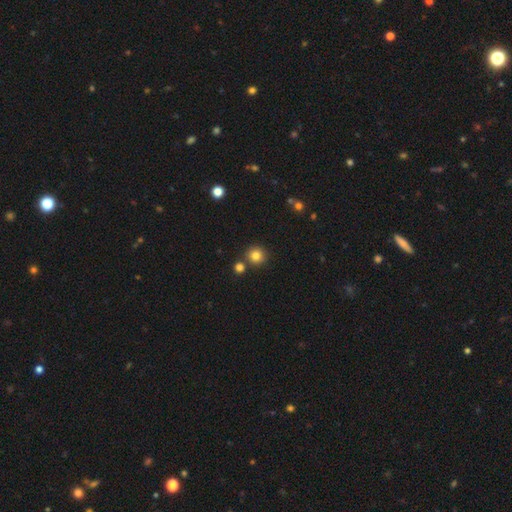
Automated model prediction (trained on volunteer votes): Overall: smooth (82%). How rounded: round (92%). Merging: none (79%).